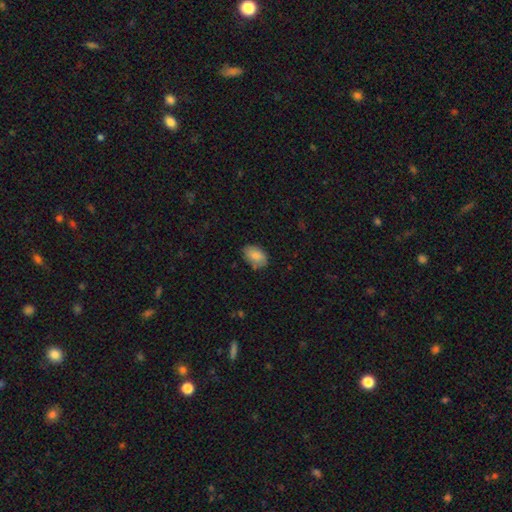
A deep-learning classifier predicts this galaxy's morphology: The model was most divided on "merging": none: 75%, minor disturbance: 20%, major disturbance: 4%, merger: 2%. More confident: how rounded — in between (89%); smooth or featured — smooth (84%).